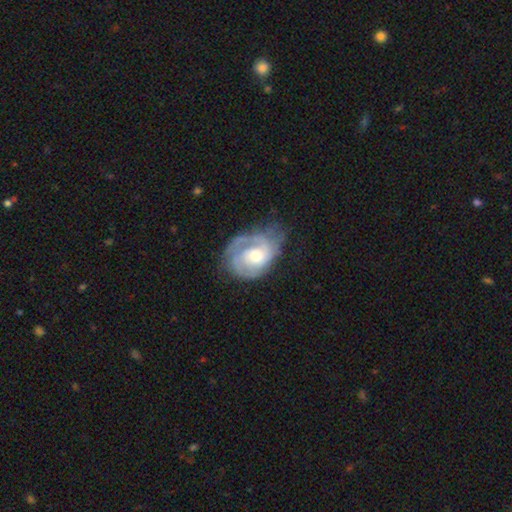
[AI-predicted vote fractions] Overall: featured or disk (82%). Edge-on disk: no (97%). Bar: no (68%). Spiral arms: yes (93%). Spiral arm count: 2 (39%; can't tell 23%). Spiral winding: tight (57%; medium 34%). Bulge size: moderate (63%). Merging: none (56%; minor disturbance 26%).